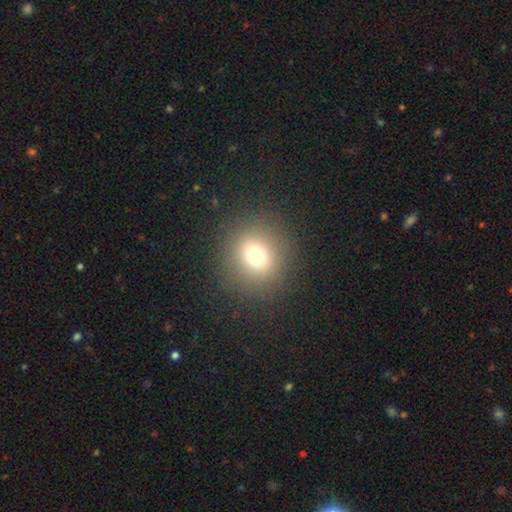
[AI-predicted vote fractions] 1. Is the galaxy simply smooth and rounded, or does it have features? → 70% smooth, 20% star or artifact, 10% featured or disk.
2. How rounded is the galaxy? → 87% round, 12% in between, 1% cigar-shaped.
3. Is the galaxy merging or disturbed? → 87% none, 7% minor disturbance, 5% major disturbance, 1% merger.